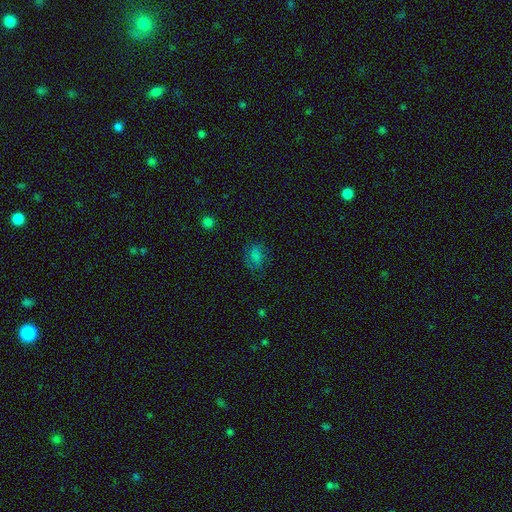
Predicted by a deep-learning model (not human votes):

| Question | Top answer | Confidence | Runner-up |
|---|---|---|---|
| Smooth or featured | smooth | 72% | star or artifact (18%) |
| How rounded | in between | 68% | round (31%) |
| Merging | none | 68% | minor disturbance (21%) |